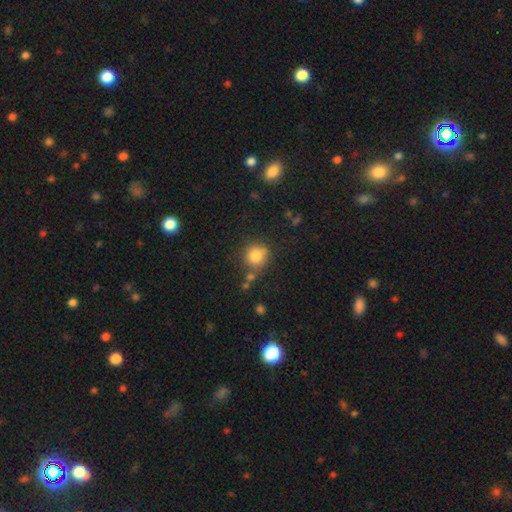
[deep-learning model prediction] Smooth or featured: smooth — 81% (star or artifact — 11%)
How rounded: round — 89% (in between — 10%)
Merging: none — 70% (minor disturbance — 15%)